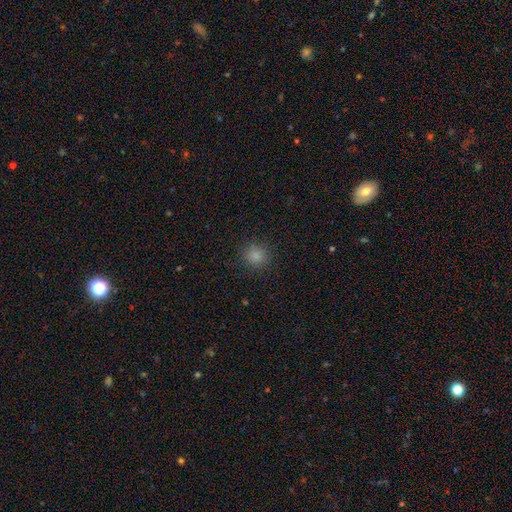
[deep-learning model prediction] Smooth or featured? Predicted: smooth (p=0.83). How rounded? Predicted: round (p=0.90). Merging? Predicted: none (p=0.89).